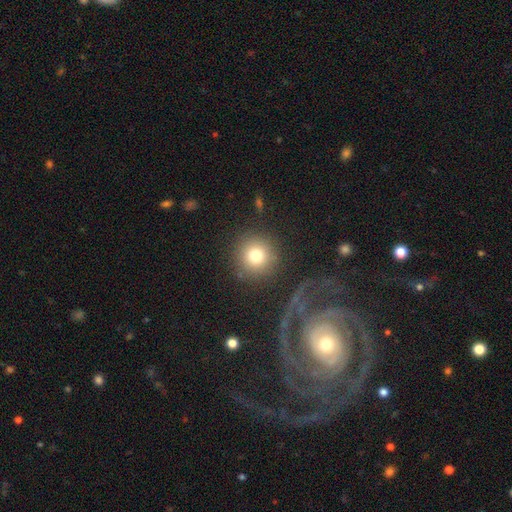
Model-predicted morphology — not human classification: Q: Smooth or featured?
A: smooth (77%); runner-up: star or artifact (12%)
Q: How rounded?
A: round (94%); runner-up: in between (5%)
Q: Merging?
A: none (85%); runner-up: minor disturbance (8%)